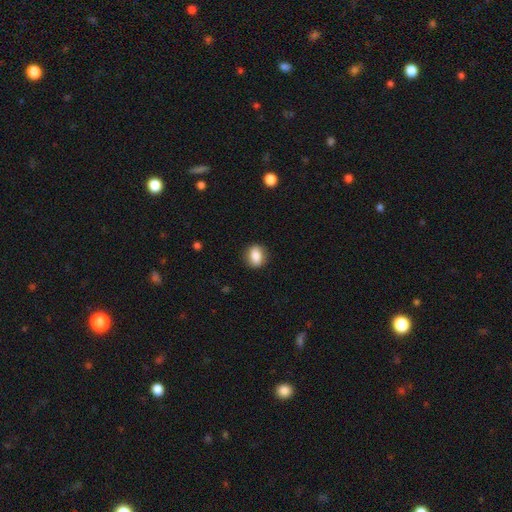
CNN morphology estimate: Overall: smooth (82%). How rounded: in between (51%; round 47%). Merging: none (86%).